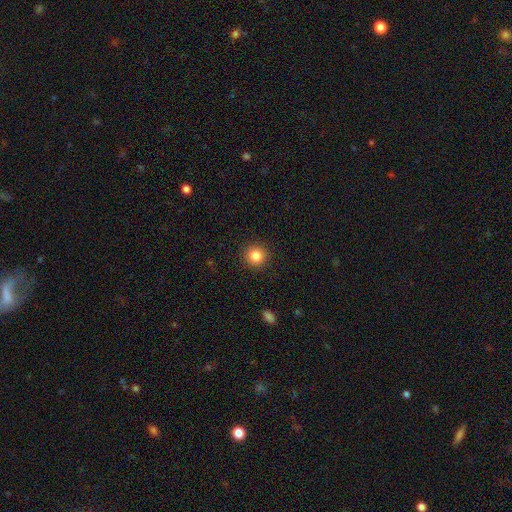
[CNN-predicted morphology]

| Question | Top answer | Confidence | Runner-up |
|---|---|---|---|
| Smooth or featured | smooth | 84% | star or artifact (11%) |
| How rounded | round | 94% | in between (5%) |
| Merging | none | 92% | minor disturbance (5%) |